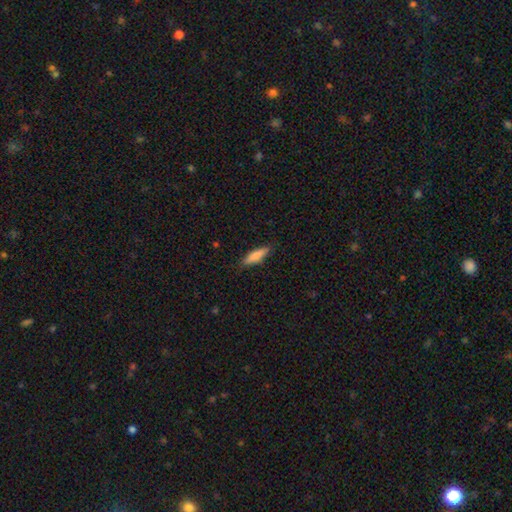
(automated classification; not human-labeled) A smooth galaxy with no disk features (81%) that is cigar-shaped (69%). Merging: none (85%).